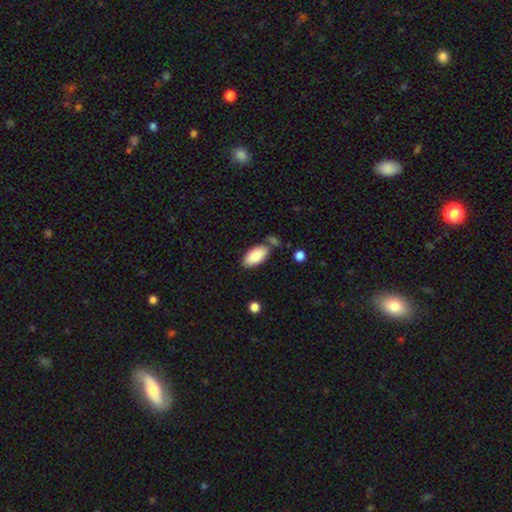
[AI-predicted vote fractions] smooth_or_featured: smooth (p=0.84) [alt: featured or disk p=0.09]
how_rounded: in between (p=0.94) [alt: cigar-shaped p=0.04]
merging: none (p=0.69) [alt: minor disturbance p=0.16]